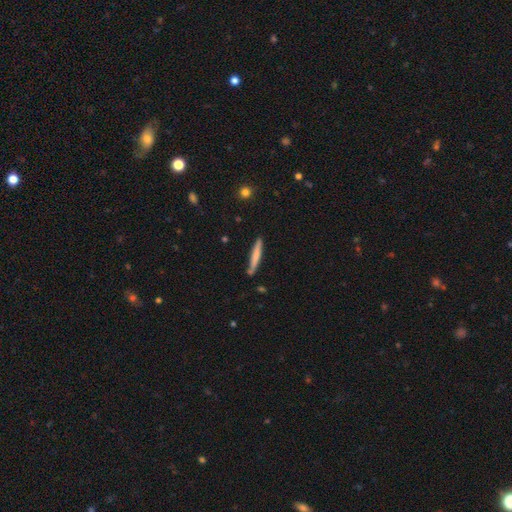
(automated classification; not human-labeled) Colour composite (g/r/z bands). It shows a smooth galaxy with no disk features (67%) that is cigar-shaped (95%). Merging: none (81%).